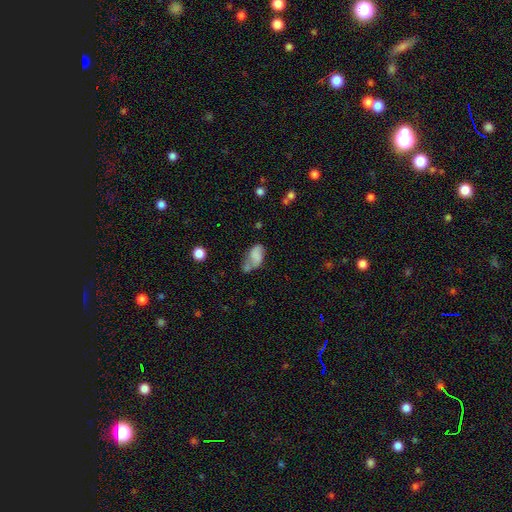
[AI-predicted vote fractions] smooth 69%, featured or disk 21%, star or artifact 10%. Down the decision tree: how rounded — in between (90%); merging — merger (33%).